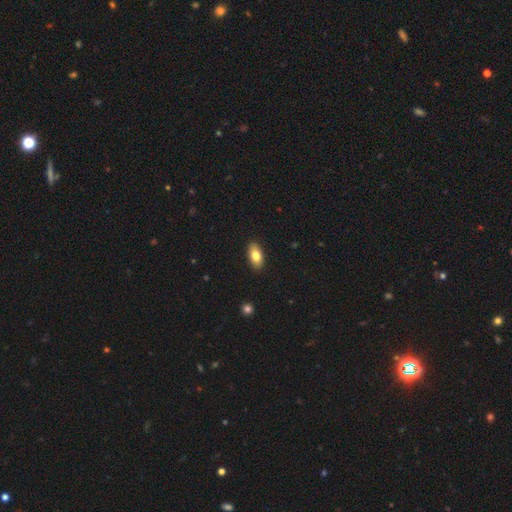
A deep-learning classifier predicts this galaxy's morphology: A smooth galaxy with no disk features (81%) that is in between round and cigar-shaped (91%).

Vote fractions:
- Smooth or featured? smooth: 81% / featured or disk: 13% / star or artifact: 7%
- How rounded? in between: 91% / cigar-shaped: 5% / round: 4%
- Merging? none: 89% / minor disturbance: 8% / major disturbance: 2% / merger: 1%